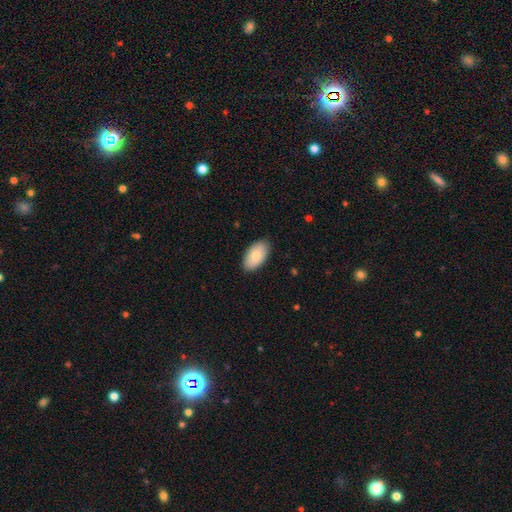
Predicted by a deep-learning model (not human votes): A smooth galaxy with no disk features (83%) that is in between round and cigar-shaped (95%). Merging: none (86%).